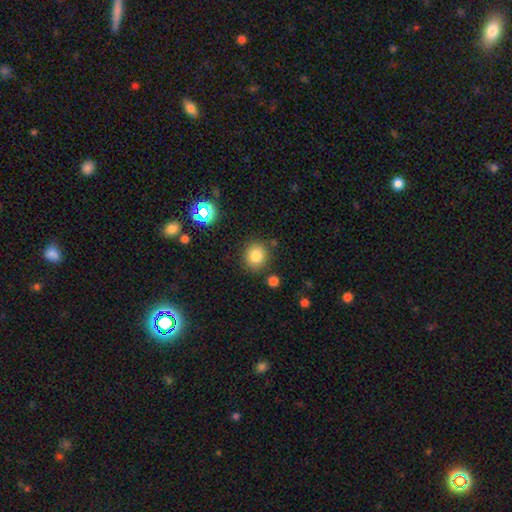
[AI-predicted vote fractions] Smooth or featured?
  - smooth: 81% *
  - star or artifact: 12%
  - featured or disk: 7%
How rounded?
  - round: 82% *
  - in between: 17%
  - cigar-shaped: 1%
Merging?
  - none: 83% *
  - minor disturbance: 9%
  - merger: 4%
  - major disturbance: 3%